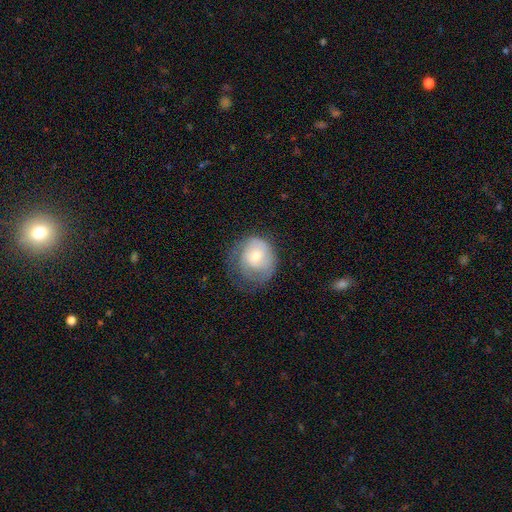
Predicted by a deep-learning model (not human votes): A smooth galaxy with no disk features (48%).

Vote fractions:
- Smooth or featured? smooth: 48% / featured or disk: 45% / star or artifact: 7%
- Merging? none: 46% / minor disturbance: 29% / major disturbance: 24% / merger: 1%